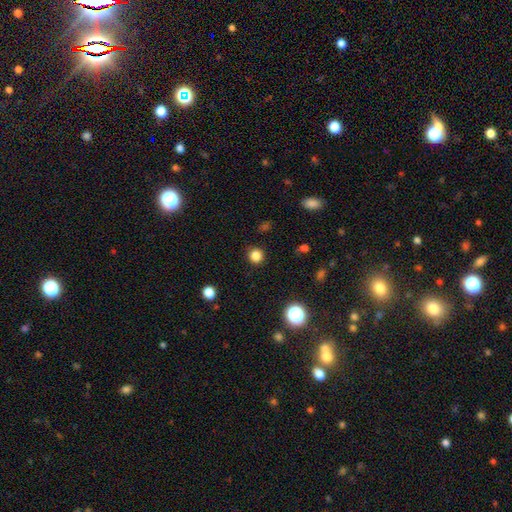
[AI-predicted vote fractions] smooth-or-featured: smooth: 83% | star or artifact: 14% | featured or disk: 4%
  how-rounded: round: 92% | in between: 7% | cigar-shaped: 1%
  merging: none: 91% | minor disturbance: 6% | major disturbance: 2% | merger: 1%